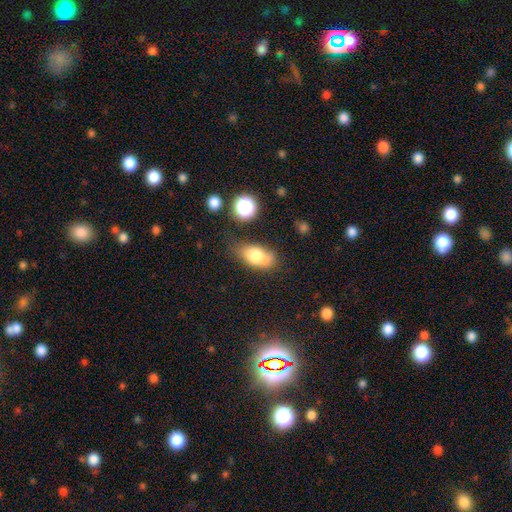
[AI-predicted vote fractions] Overall: smooth (73%). How rounded: in between (81%). Merging: none (49%; minor disturbance 23%).